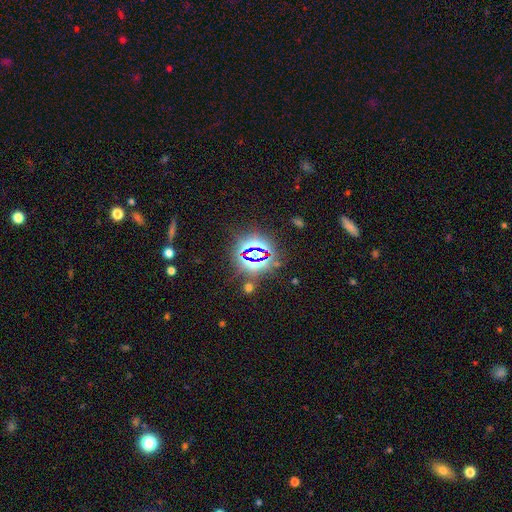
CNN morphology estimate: A star or artifact, not a galaxy (77%).